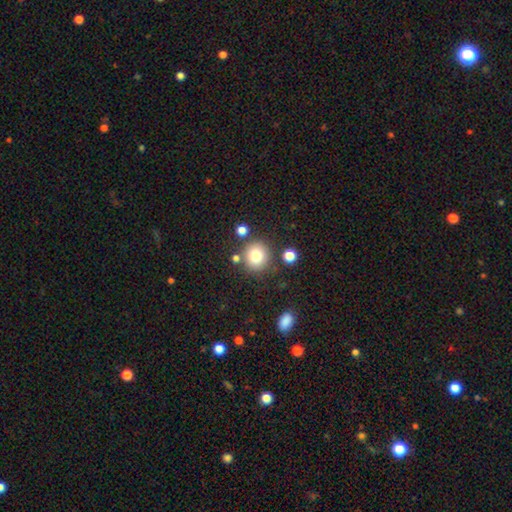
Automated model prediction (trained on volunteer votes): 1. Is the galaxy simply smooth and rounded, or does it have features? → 78% smooth, 12% star or artifact, 10% featured or disk.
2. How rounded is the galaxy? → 89% round, 10% in between, 1% cigar-shaped.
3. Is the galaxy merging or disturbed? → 79% none, 9% minor disturbance, 8% merger, 3% major disturbance.